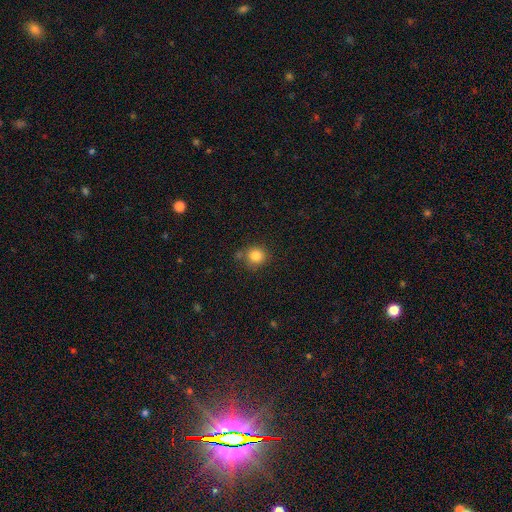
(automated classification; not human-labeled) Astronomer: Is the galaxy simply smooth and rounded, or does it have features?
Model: smooth — 84%.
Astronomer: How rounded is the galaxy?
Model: round — 89%.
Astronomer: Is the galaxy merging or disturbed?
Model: none — 73%.